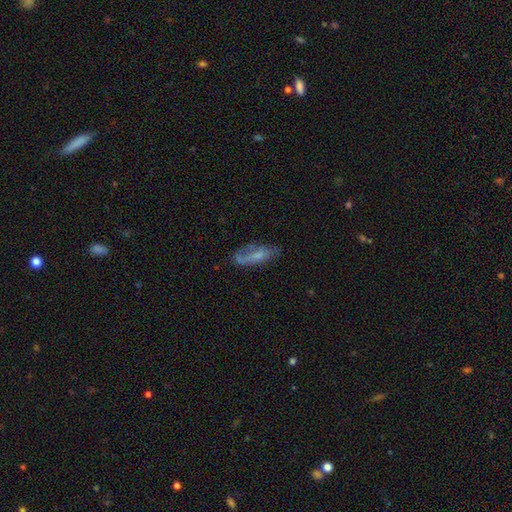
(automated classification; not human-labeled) This is possibly a featured or disk galaxy (46%). Merging: possibly none (51%).